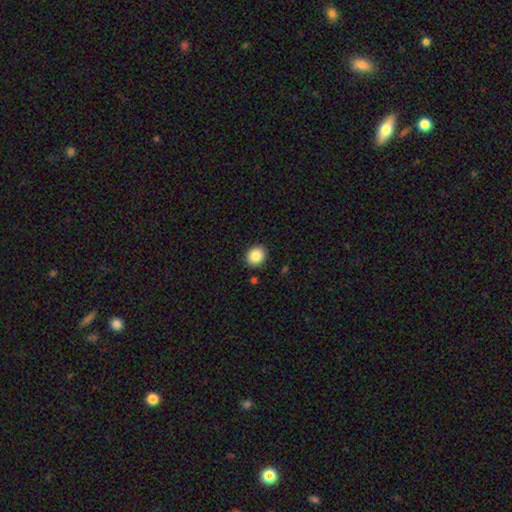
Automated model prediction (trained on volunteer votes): Smooth or featured: smooth — 86% (star or artifact — 9%)
How rounded: round — 73% (in between — 26%)
Merging: none — 90% (minor disturbance — 6%)